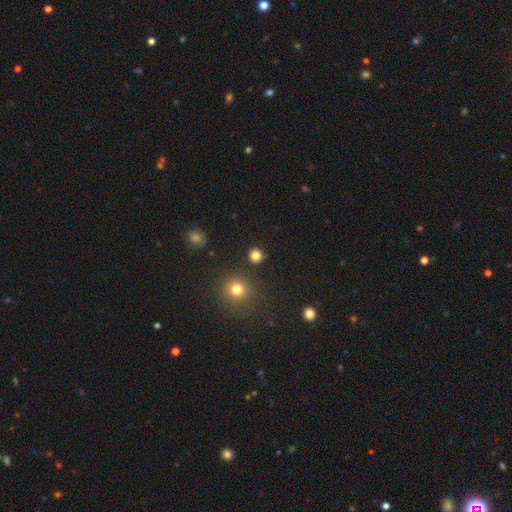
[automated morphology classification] smooth_or_featured: smooth (p=0.81) [alt: star or artifact p=0.15]
how_rounded: round (p=0.93) [alt: in between p=0.06]
merging: none (p=0.90) [alt: minor disturbance p=0.06]